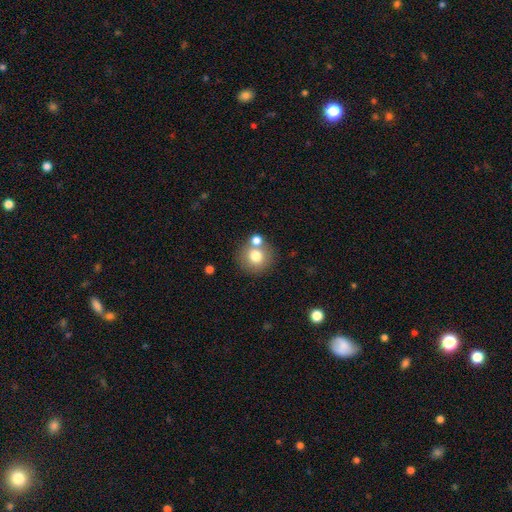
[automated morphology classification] A smooth galaxy with no disk features (75%) that is round (90%).

Vote fractions:
- Smooth or featured? smooth: 75% / featured or disk: 13% / star or artifact: 11%
- How rounded? round: 90% / in between: 9% / cigar-shaped: 1%
- Merging? none: 66% / merger: 22% / minor disturbance: 9% / major disturbance: 3%